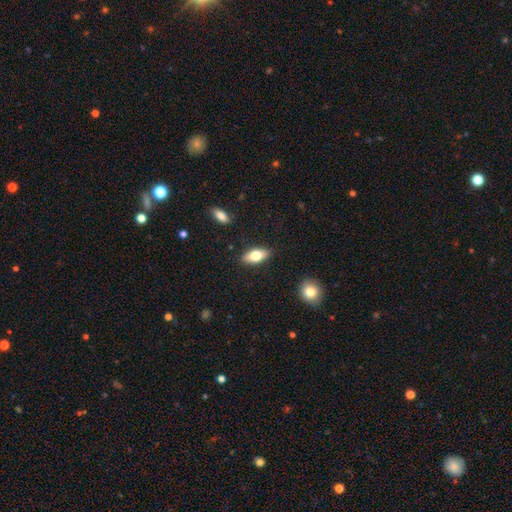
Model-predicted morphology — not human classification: Smooth or featured: smooth — 70% (featured or disk — 23%)
How rounded: in between — 83% (cigar-shaped — 13%)
Merging: none — 87% (minor disturbance — 9%)